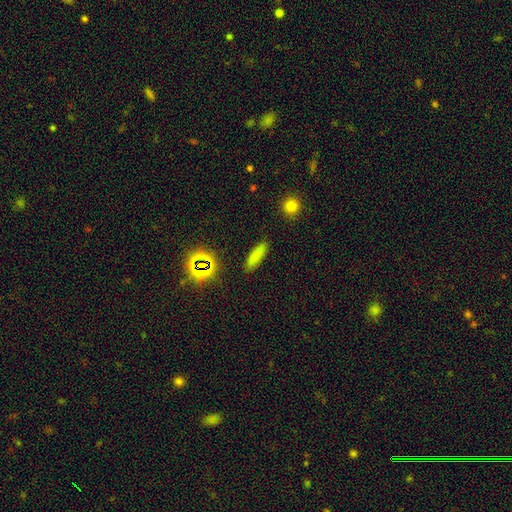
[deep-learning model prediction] A smooth galaxy with no disk features (78%) that is cigar-shaped (70%). Merging: none (87%).